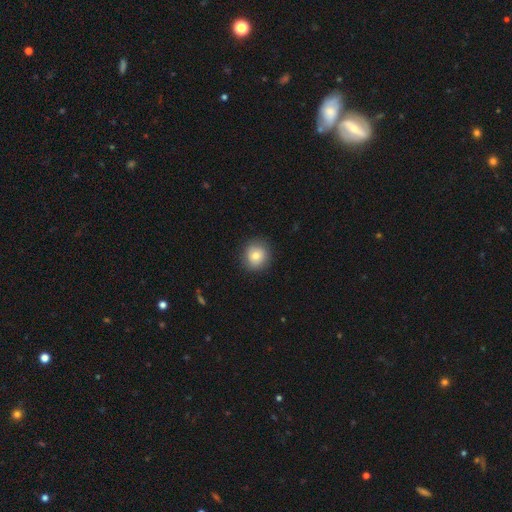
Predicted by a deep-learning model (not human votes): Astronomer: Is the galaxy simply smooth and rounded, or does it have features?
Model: smooth — 79%.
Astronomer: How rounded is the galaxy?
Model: round — 88%.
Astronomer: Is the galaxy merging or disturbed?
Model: none — 87%.